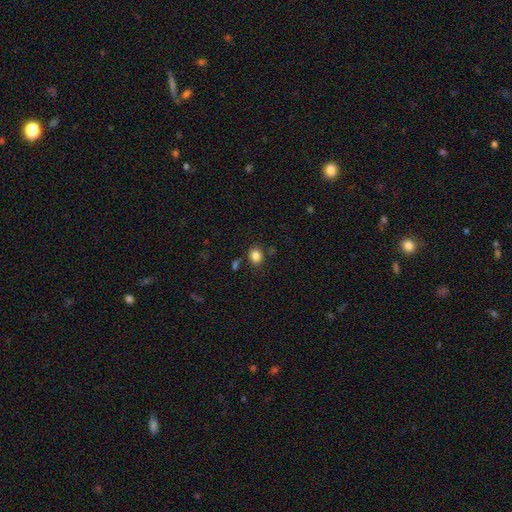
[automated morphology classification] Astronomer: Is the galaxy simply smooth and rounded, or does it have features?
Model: smooth — 84%.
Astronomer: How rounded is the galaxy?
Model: round — 55% (runner-up: in between, 45%).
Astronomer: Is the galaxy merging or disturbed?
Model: none — 81%.